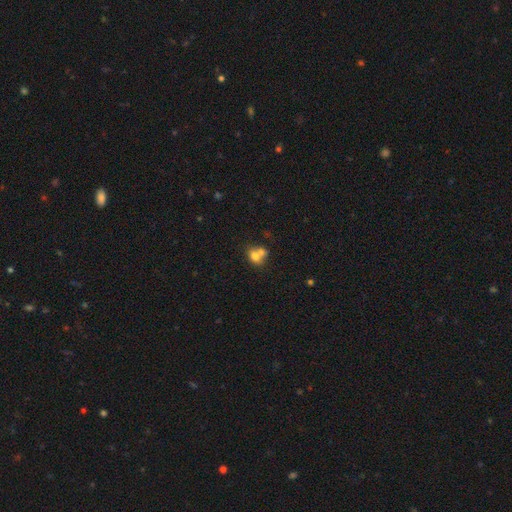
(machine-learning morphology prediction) This is likely a smooth galaxy (71%). How rounded: possibly round (54%). Merging: possibly merger (58%).